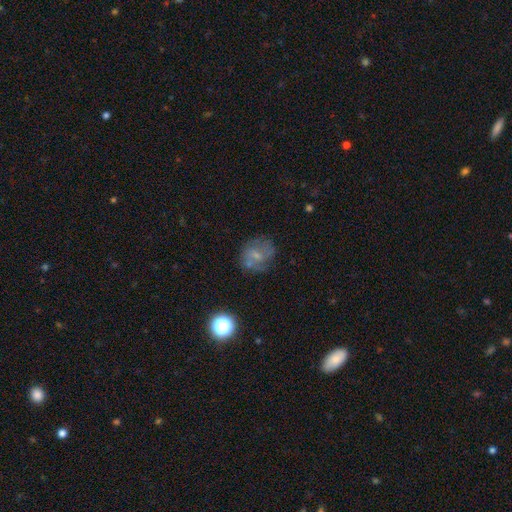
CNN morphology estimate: This is marginally a featured or disk galaxy (44%). Merging: likely none (60%).